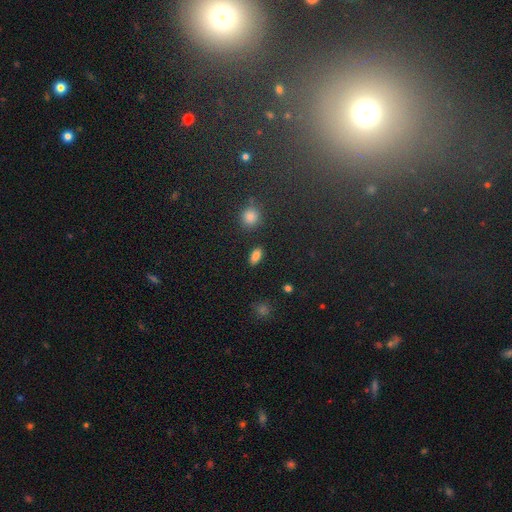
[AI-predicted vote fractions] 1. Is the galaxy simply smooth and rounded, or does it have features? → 85% smooth, 10% star or artifact, 5% featured or disk.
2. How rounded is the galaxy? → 88% in between, 6% round, 6% cigar-shaped.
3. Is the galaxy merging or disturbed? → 88% none, 8% minor disturbance, 2% major disturbance, 2% merger.